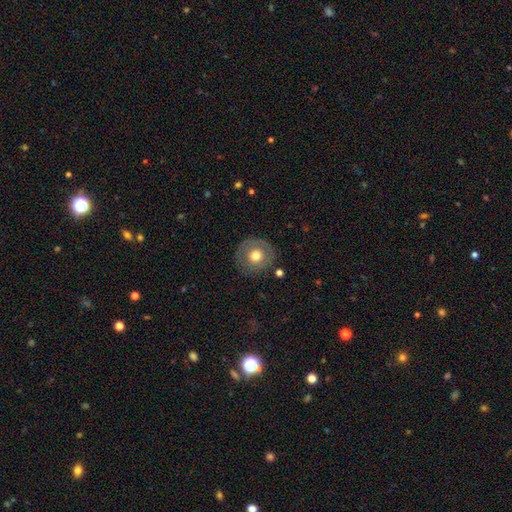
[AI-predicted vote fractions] smooth-or-featured: smooth: 58% | featured or disk: 34% | star or artifact: 7%
  how-rounded: round: 90% | in between: 9% | cigar-shaped: 1%
  merging: none: 83% | minor disturbance: 11% | major disturbance: 4% | merger: 2%